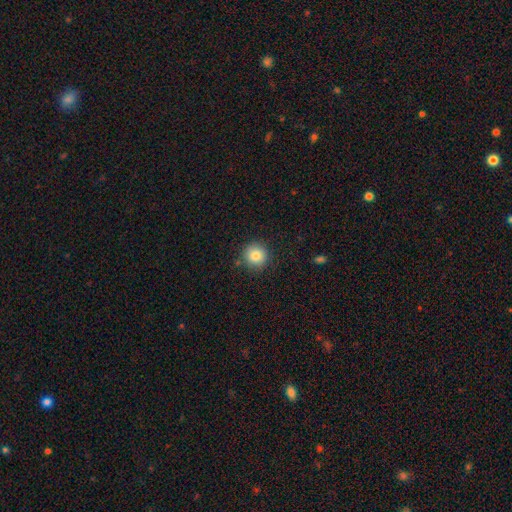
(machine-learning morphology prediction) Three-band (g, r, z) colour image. It shows a smooth galaxy with no disk features (84%) that is round (94%). Merging: none (87%).